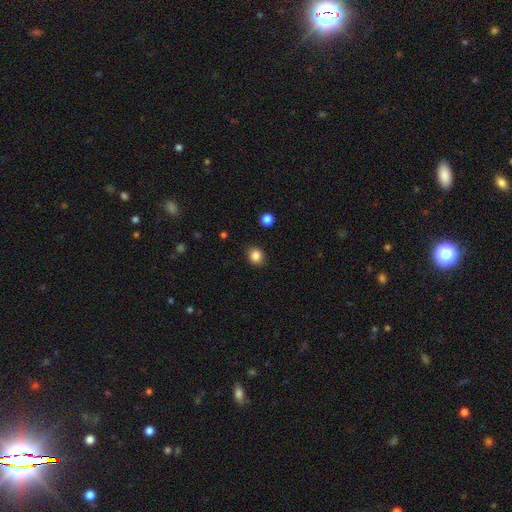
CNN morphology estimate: A smooth galaxy with no disk features (85%) that is round (77%). Merging: none (89%).